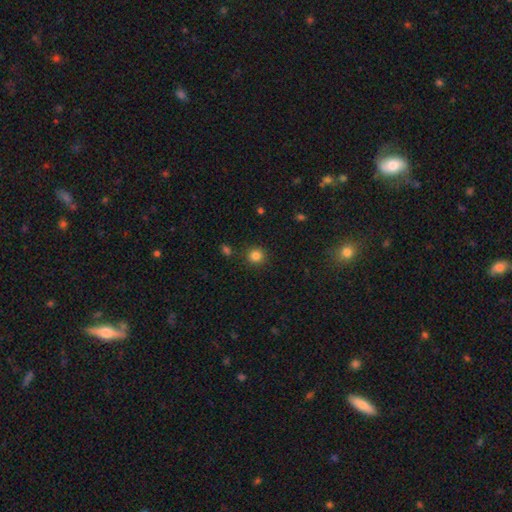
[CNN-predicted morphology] Q: Smooth or featured?
A: smooth (83%); runner-up: star or artifact (13%)
Q: How rounded?
A: round (91%); runner-up: in between (8%)
Q: Merging?
A: none (87%); runner-up: minor disturbance (7%)